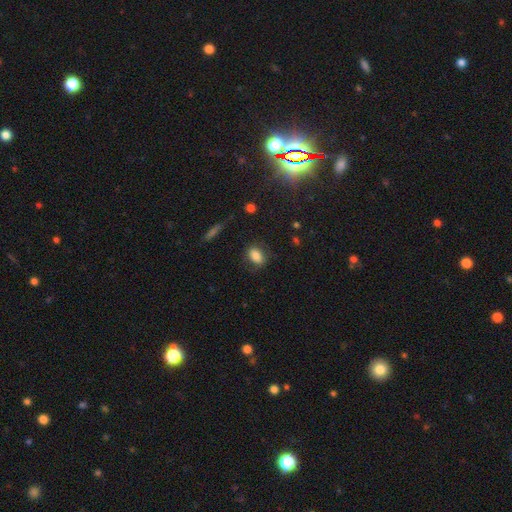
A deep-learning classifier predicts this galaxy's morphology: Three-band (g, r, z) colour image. It shows a smooth galaxy with no disk features (84%) that is in between round and cigar-shaped (81%). Merging: none (75%).